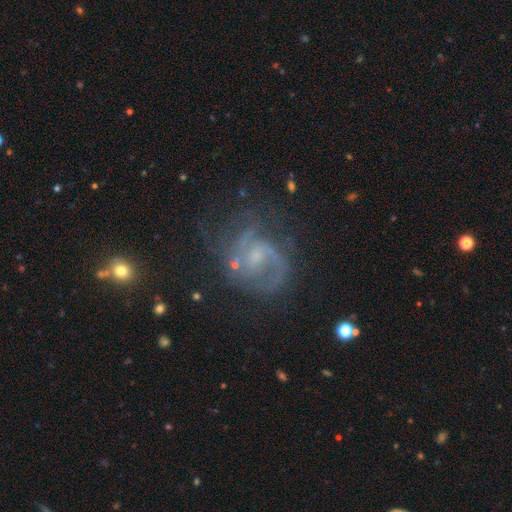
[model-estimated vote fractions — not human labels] A featured or disk galaxy (81%) with no bar (50%), 2 (54%) medium (50%) spiral arms (92%) and a small central bulge (52%). Merging: none (60%).